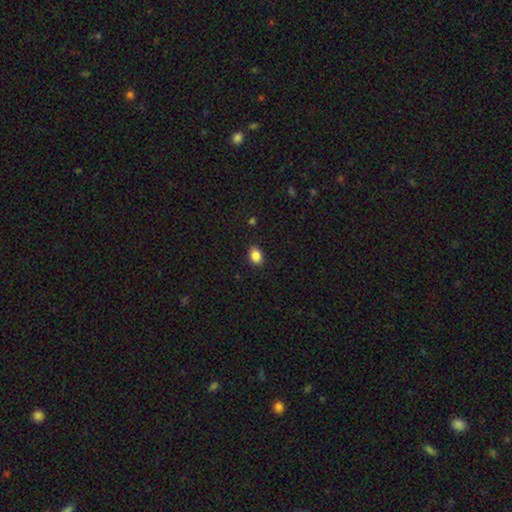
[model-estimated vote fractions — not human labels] Smooth or featured? Predicted: smooth (p=0.86). How rounded? Predicted: in between (p=0.66). Merging? Predicted: none (p=0.87).